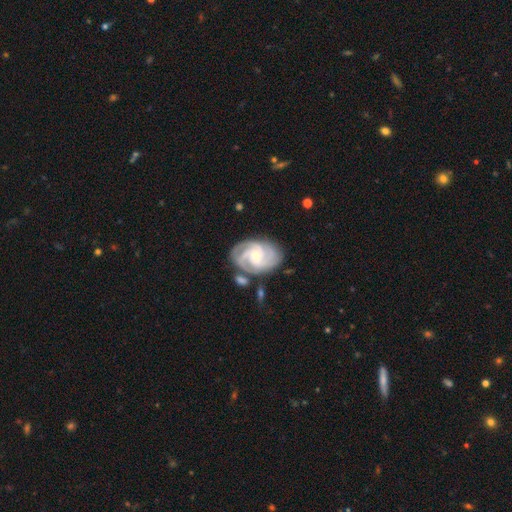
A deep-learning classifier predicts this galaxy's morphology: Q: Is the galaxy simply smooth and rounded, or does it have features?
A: featured or disk — 88%.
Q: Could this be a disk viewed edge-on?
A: no — 98%.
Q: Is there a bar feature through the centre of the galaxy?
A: no — 60%.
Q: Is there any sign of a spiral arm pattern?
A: yes — 98%.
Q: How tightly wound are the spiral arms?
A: tight — 58%.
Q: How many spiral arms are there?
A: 3 — 44%.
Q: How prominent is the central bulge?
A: small — 67%.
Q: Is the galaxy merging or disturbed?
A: none — 70%.